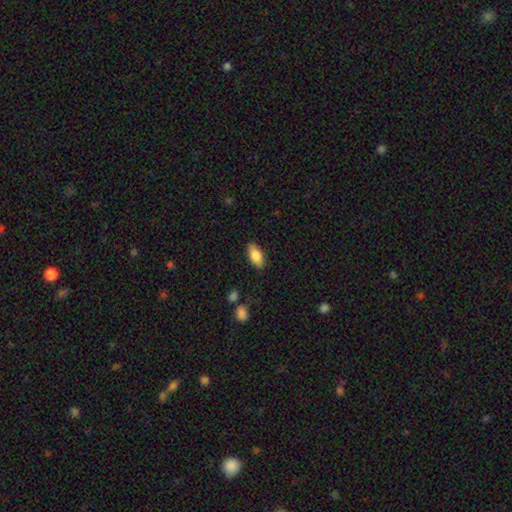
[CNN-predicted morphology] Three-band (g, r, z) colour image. It shows a smooth galaxy with no disk features (81%) that is in between round and cigar-shaped (89%). Merging: none (86%).